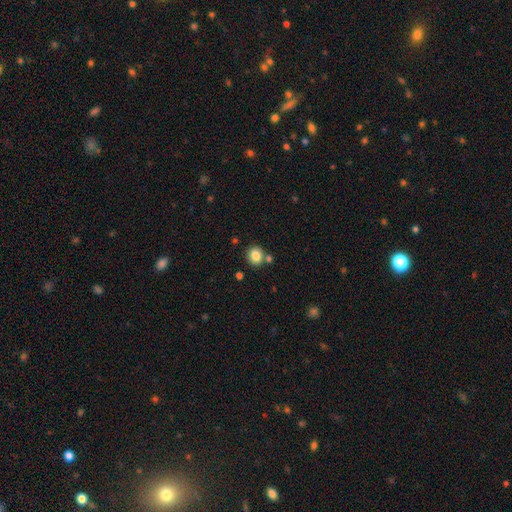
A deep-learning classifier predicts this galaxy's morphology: smooth_or_featured: smooth (p=0.84) [alt: star or artifact p=0.10]
how_rounded: round (p=0.73) [alt: in between p=0.27]
merging: none (p=0.73) [alt: merger p=0.14]